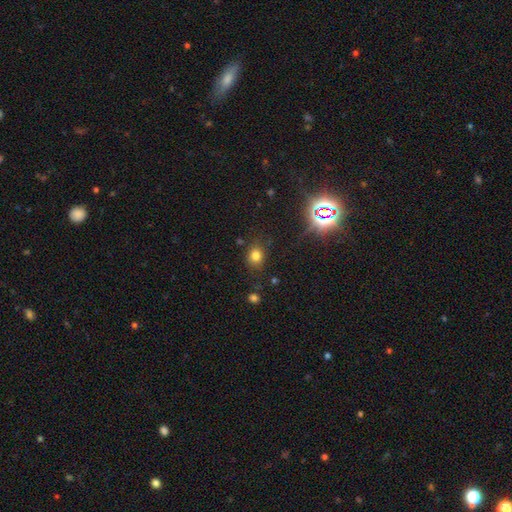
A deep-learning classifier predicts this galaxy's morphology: Q: Smooth or featured?
A: smooth (73%); runner-up: star or artifact (20%)
Q: How rounded?
A: round (63%); runner-up: in between (36%)
Q: Merging?
A: none (78%); runner-up: minor disturbance (14%)